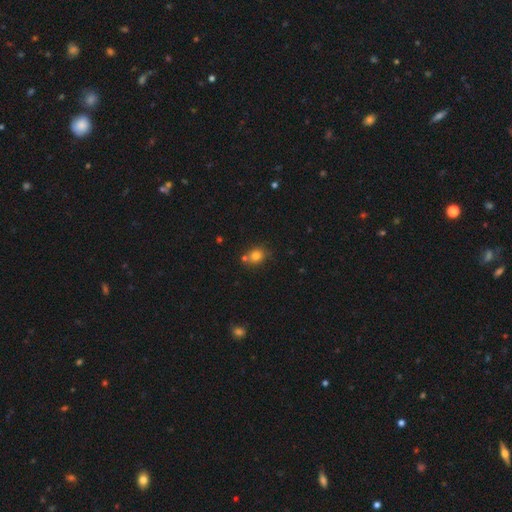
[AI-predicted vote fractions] Morphology: type=smooth (79%); roundness=round (73%); merging=none (65%).